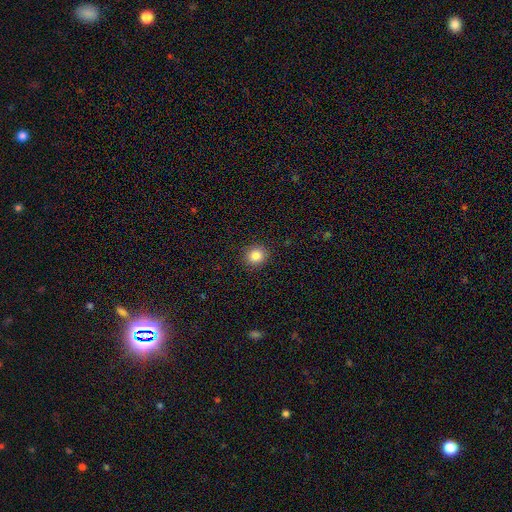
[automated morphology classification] smooth 86%, star or artifact 10%, featured or disk 4%. Down the decision tree: how rounded — round (83%); merging — none (90%).